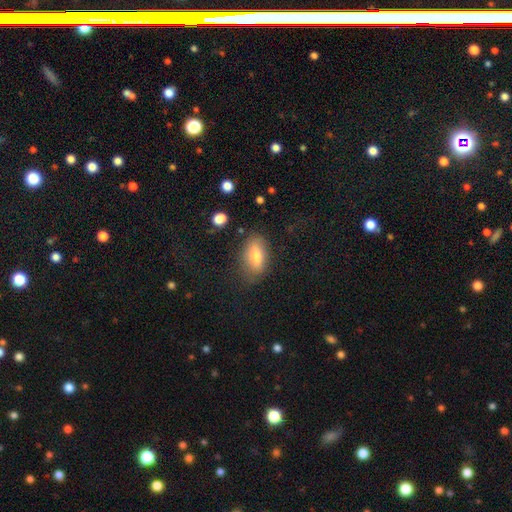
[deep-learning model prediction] Q: Smooth or featured?
A: smooth (74%); runner-up: featured or disk (18%)
Q: How rounded?
A: in between (83%); runner-up: cigar-shaped (13%)
Q: Merging?
A: none (79%); runner-up: minor disturbance (15%)